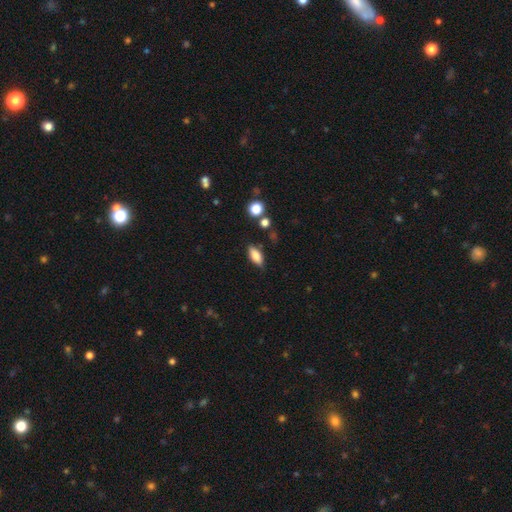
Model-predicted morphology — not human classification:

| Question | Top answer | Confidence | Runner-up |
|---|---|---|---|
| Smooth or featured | smooth | 77% | featured or disk (15%) |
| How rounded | in between | 80% | cigar-shaped (16%) |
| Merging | none | 82% | minor disturbance (13%) |